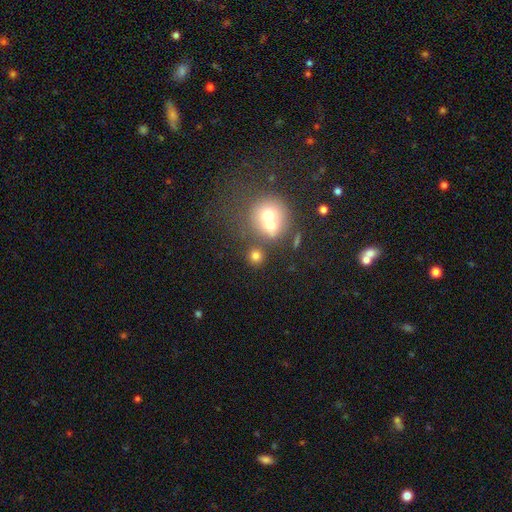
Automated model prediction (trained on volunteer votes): This is likely a smooth galaxy (72%). How rounded: clearly round (87%). Merging: possibly none (57%).